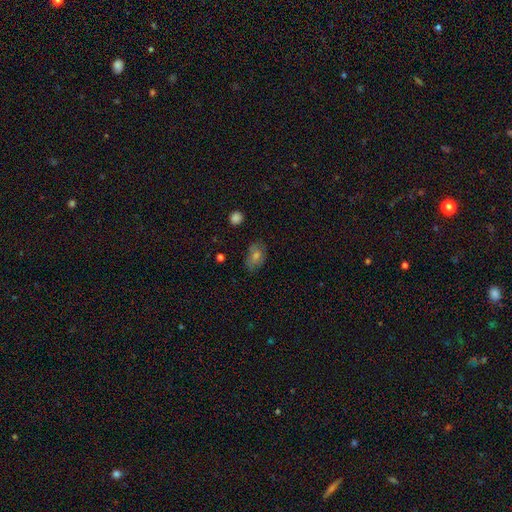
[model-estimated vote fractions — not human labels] smooth_or_featured: smooth (p=0.54) [alt: featured or disk p=0.27]
how_rounded: in between (p=0.76) [alt: round p=0.22]
merging: none (p=0.73) [alt: minor disturbance p=0.19]